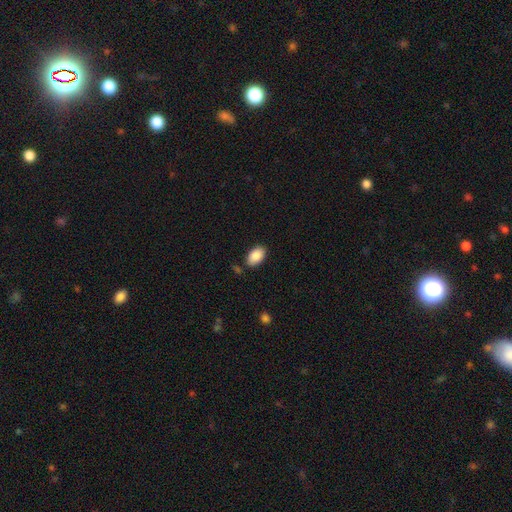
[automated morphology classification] Smooth or featured?
  - smooth: 89% *
  - star or artifact: 7%
  - featured or disk: 4%
How rounded?
  - in between: 93% *
  - round: 6%
  - cigar-shaped: 1%
Merging?
  - none: 83% *
  - minor disturbance: 12%
  - merger: 3%
  - major disturbance: 3%